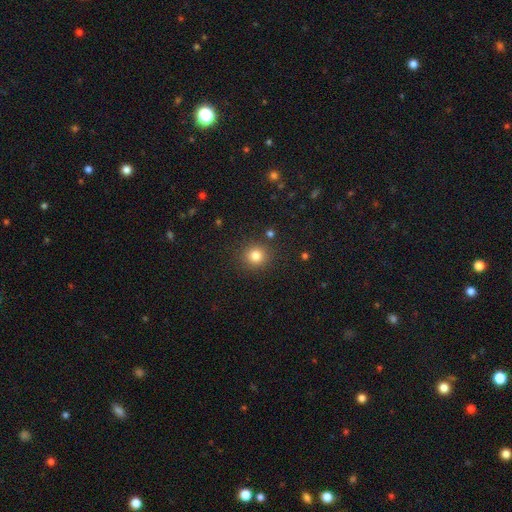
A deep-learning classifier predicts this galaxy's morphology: The model was most divided on "smooth or featured": smooth: 82%, star or artifact: 13%, featured or disk: 5%. More confident: how rounded — round (91%); merging — none (88%).